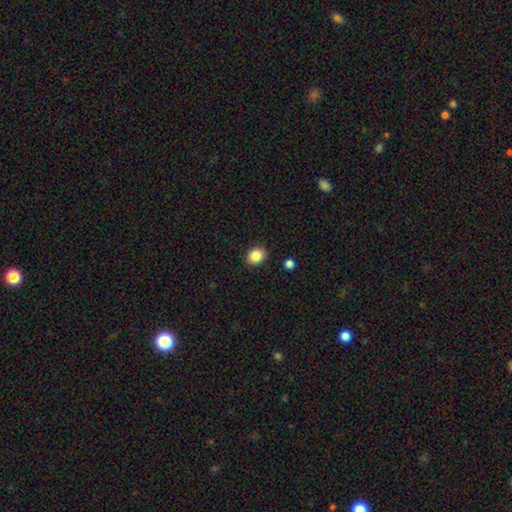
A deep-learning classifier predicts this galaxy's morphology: Smooth or featured? smooth (85%)
How rounded? round (69%)
Merging? none (89%)